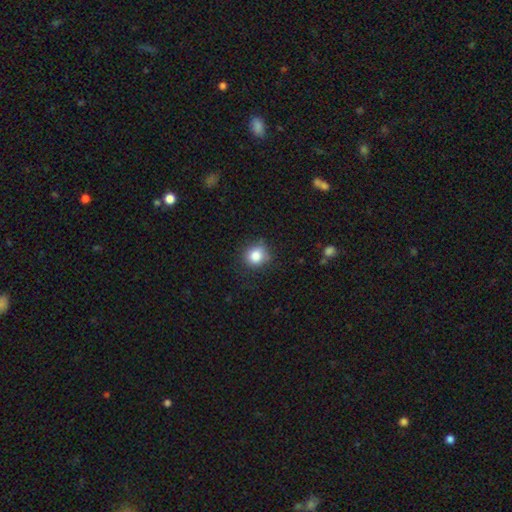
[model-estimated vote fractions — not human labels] Smooth or featured: smooth — 84% (star or artifact — 11%)
How rounded: round — 87% (in between — 13%)
Merging: none — 76% (minor disturbance — 18%)